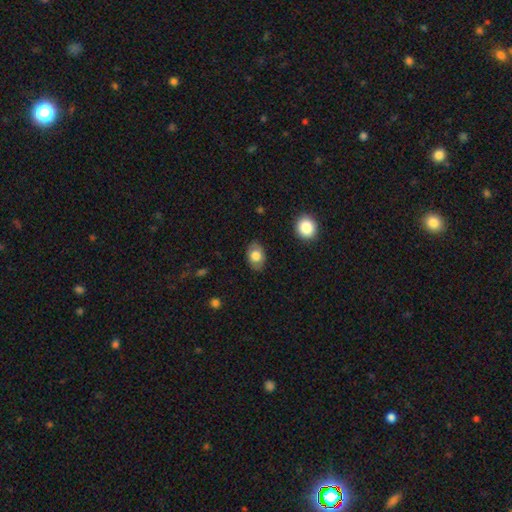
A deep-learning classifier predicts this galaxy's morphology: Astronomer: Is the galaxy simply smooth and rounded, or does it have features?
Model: smooth — 77%.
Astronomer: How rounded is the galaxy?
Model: in between — 80%.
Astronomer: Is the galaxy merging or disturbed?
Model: none — 84%.